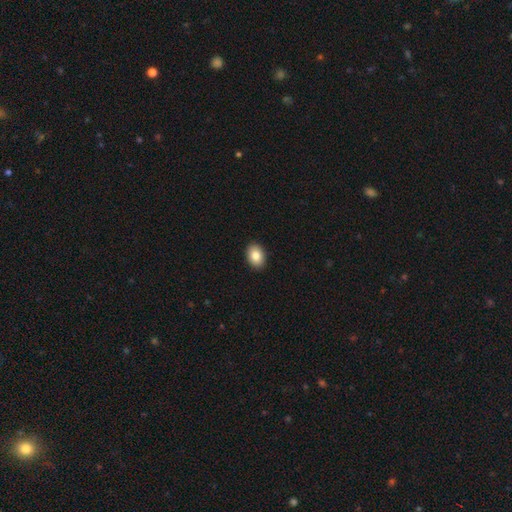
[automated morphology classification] Smooth or featured? Predicted: smooth (p=0.85). How rounded? Predicted: in between (p=0.80). Merging? Predicted: none (p=0.91).